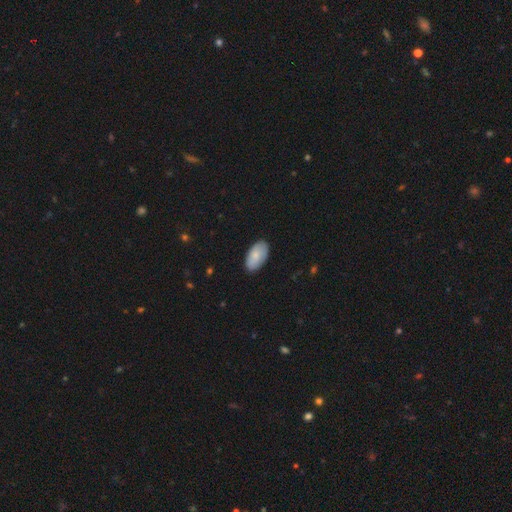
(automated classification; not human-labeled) Smooth or featured? smooth (80%)
How rounded? in between (96%)
Merging? none (86%)